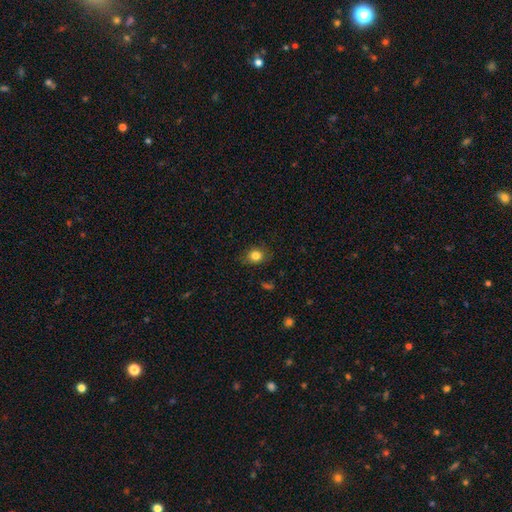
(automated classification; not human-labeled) Smooth or featured: smooth — 82% (star or artifact — 11%)
How rounded: round — 57% (in between — 42%)
Merging: none — 79% (minor disturbance — 16%)